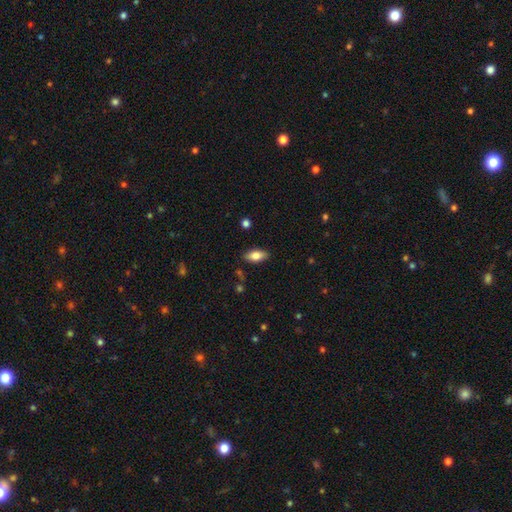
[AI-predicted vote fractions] smooth 81%, featured or disk 12%, star or artifact 7%. Down the decision tree: how rounded — in between (89%); merging — none (86%).